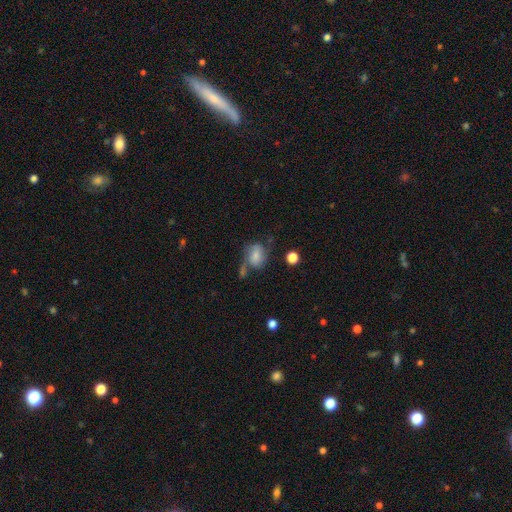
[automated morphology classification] Smooth or featured?
  - smooth: 63% *
  - featured or disk: 27%
  - star or artifact: 10%
How rounded?
  - in between: 61% *
  - round: 38%
  - cigar-shaped: 1%
Merging?
  - none: 42% *
  - minor disturbance: 24%
  - major disturbance: 17%
  - merger: 17%